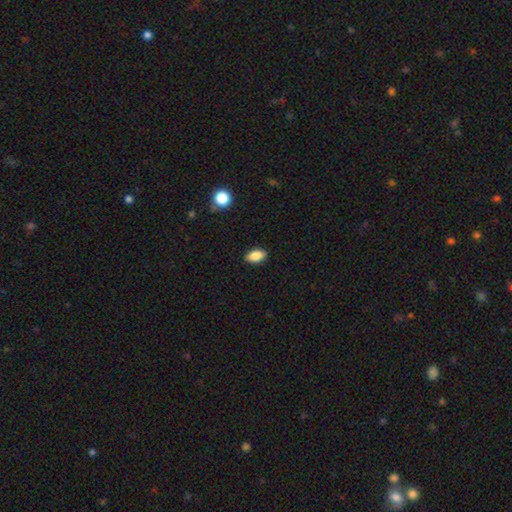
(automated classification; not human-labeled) Morphology: type=smooth (85%); roundness=in between (90%); merging=none (87%).